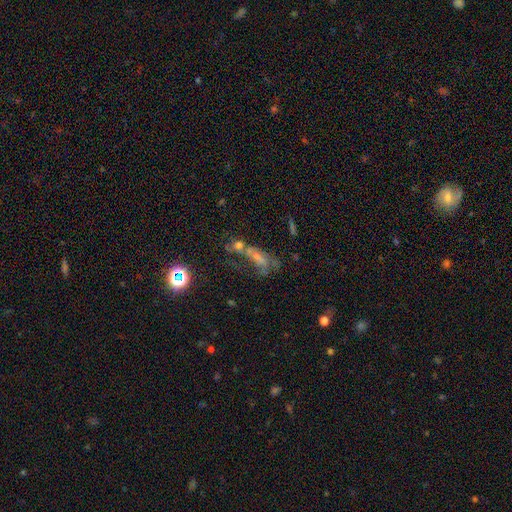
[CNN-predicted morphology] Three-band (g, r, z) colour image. It shows a featured or disk galaxy (38%). Merging: merger (30%).